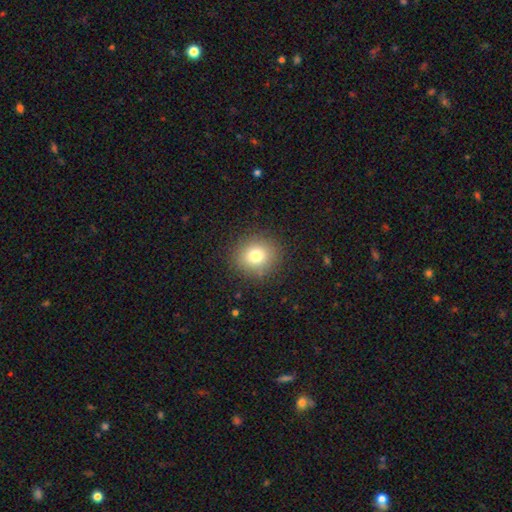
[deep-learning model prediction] This is likely a smooth galaxy (77%). How rounded: clearly round (87%). Merging: clearly none (88%).